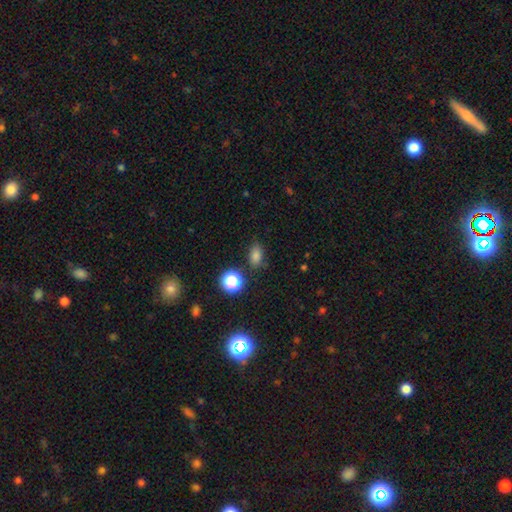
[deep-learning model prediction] A smooth galaxy with no disk features (79%) that is in between round and cigar-shaped (77%).

Vote fractions:
- Smooth or featured? smooth: 79% / star or artifact: 16% / featured or disk: 5%
- How rounded? in between: 77% / round: 21% / cigar-shaped: 2%
- Merging? none: 77% / minor disturbance: 15% / merger: 4% / major disturbance: 4%